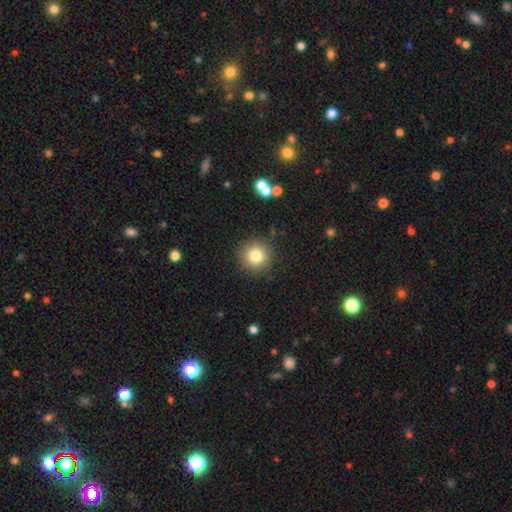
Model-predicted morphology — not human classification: smooth-or-featured: smooth: 79% | star or artifact: 12% | featured or disk: 9%
  how-rounded: round: 95% | in between: 4% | cigar-shaped: 1%
  merging: none: 88% | minor disturbance: 7% | major disturbance: 3% | merger: 2%